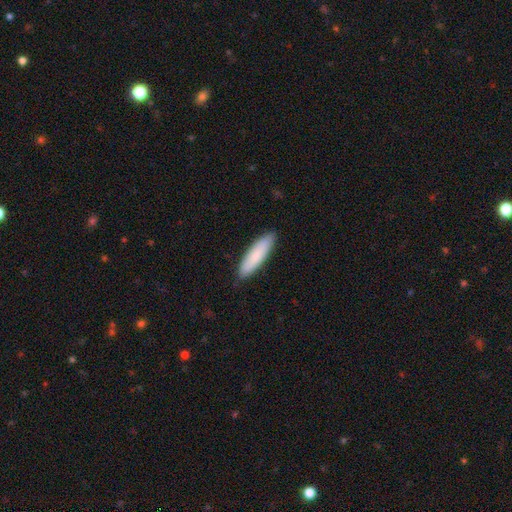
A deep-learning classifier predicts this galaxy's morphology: Smooth or featured: smooth — 83% (featured or disk — 12%)
How rounded: cigar-shaped — 68% (in between — 30%)
Merging: none — 89% (minor disturbance — 9%)